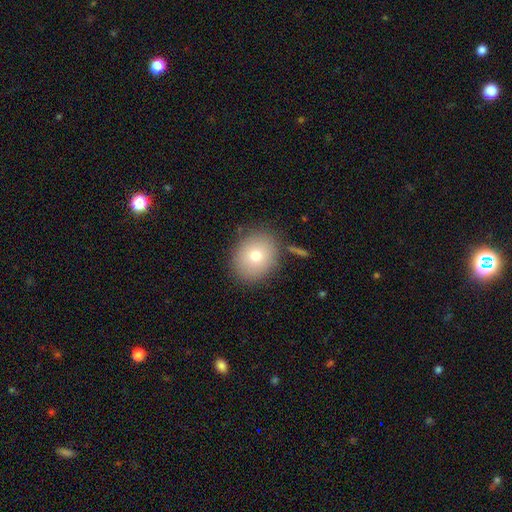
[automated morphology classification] Overall: smooth (76%). How rounded: round (63%; in between 37%). Merging: none (83%).